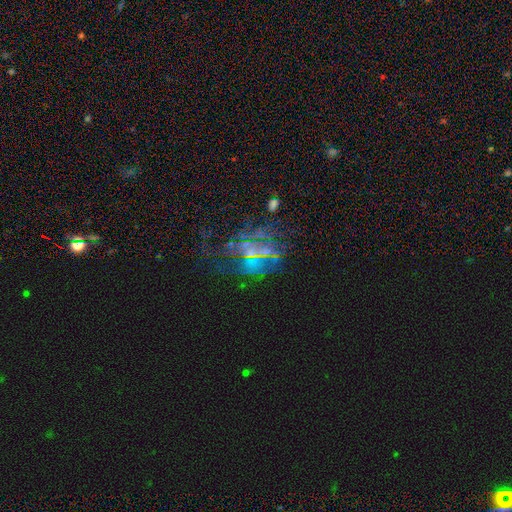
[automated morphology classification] smooth-or-featured: featured or disk: 54% | star or artifact: 31% | smooth: 16%
  disk-edge-on: no: 96% | yes: 4%
    bar: no: 73% | weak: 19% | strong: 8%
    has-spiral-arms: no: 70% | yes: 30%
    bulge-size: none: 47% | small: 33% | moderate: 15% | large: 3% | dominant: 2%
  merging: none: 42% | major disturbance: 35% | minor disturbance: 15% | merger: 8%